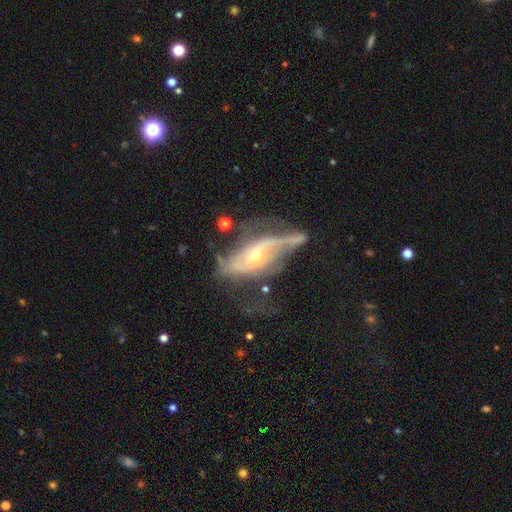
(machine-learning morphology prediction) This is clearly a featured or disk galaxy (80%). It is clearly not viewed edge-on (86%). Bar: possibly no (52%). Spiral arm pattern: clearly yes (83%). Spiral arm count: likely 2 (64%). Spiral winding: possibly loose (50%). Central bulge: possibly small (54%). Merging: marginally none (38%).